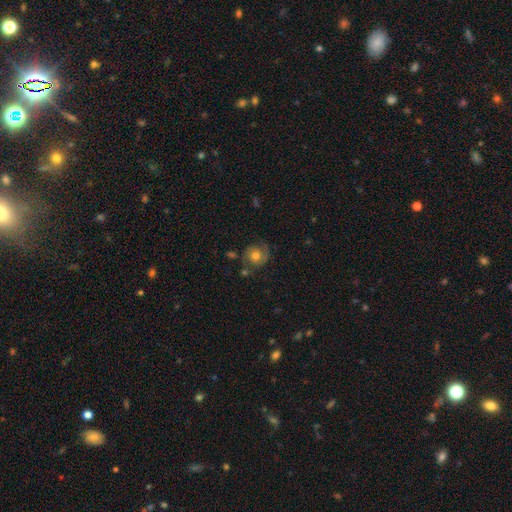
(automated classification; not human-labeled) Smooth or featured?
  - featured or disk: 49% *
  - smooth: 42%
  - star or artifact: 9%
Merging?
  - none: 63% *
  - minor disturbance: 21%
  - major disturbance: 11%
  - merger: 5%